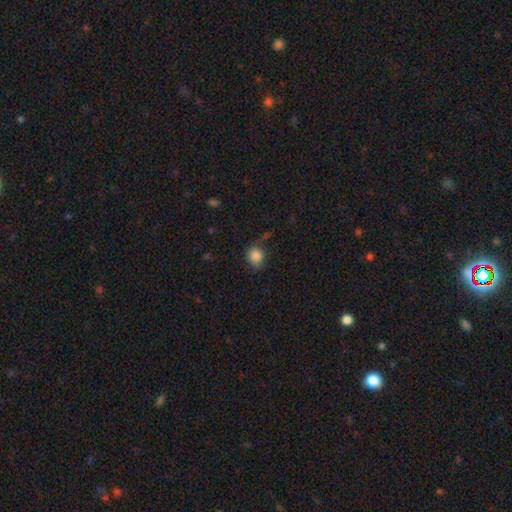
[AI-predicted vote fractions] The model was most divided on "merging": none: 68%, minor disturbance: 22%, major disturbance: 7%, merger: 3%. More confident: smooth or featured — smooth (86%); how rounded — round (82%).